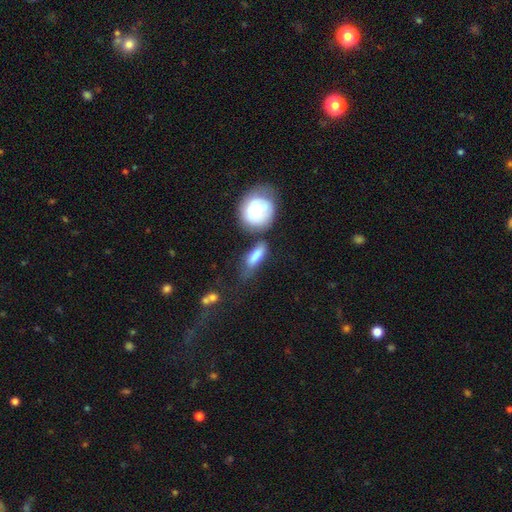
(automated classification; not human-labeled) Smooth or featured: smooth — 78% (featured or disk — 14%)
How rounded: in between — 57% (cigar-shaped — 35%)
Merging: none — 44% (minor disturbance — 25%)